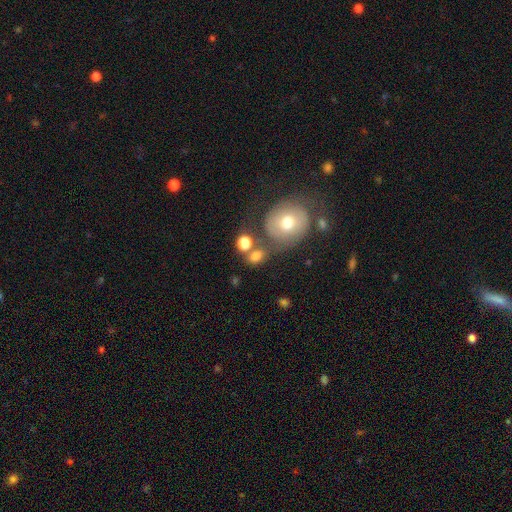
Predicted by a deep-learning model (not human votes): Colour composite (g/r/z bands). It shows a smooth galaxy with no disk features (77%) that is round (54%). Merging: none (55%).